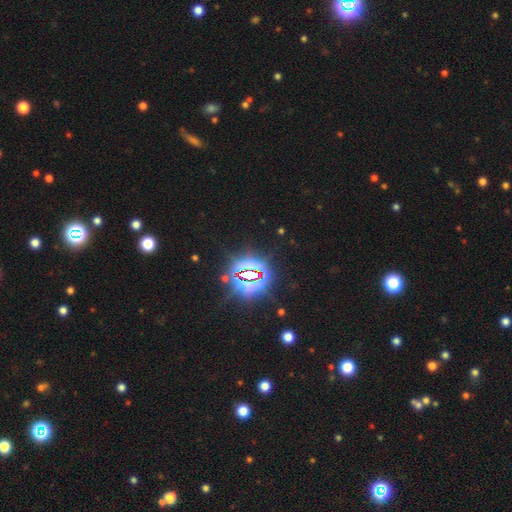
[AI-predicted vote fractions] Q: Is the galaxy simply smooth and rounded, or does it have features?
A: star or artifact — 80%.